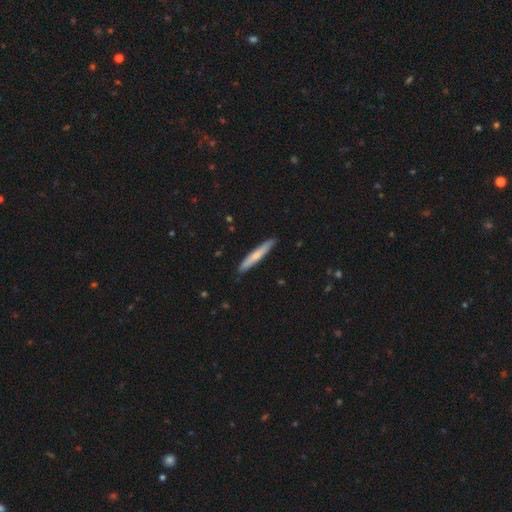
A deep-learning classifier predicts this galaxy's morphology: A smooth galaxy with no disk features (59%) that is cigar-shaped (94%).

Vote fractions:
- Smooth or featured? smooth: 59% / featured or disk: 36% / star or artifact: 5%
- How rounded? cigar-shaped: 94% / in between: 4% / round: 1%
- Merging? none: 90% / minor disturbance: 8% / major disturbance: 1% / merger: 1%